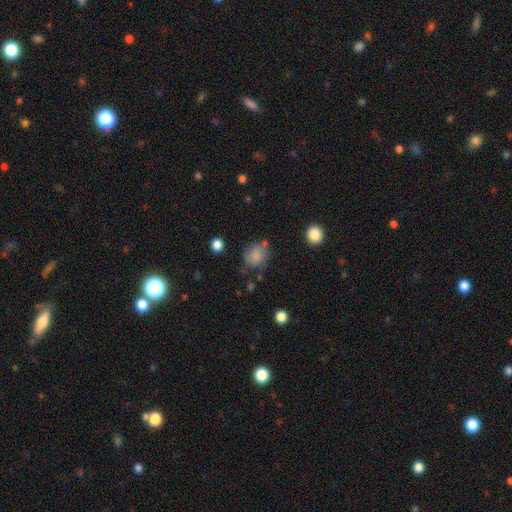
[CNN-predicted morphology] A smooth galaxy with no disk features (77%) that is round (73%). Merging: none (62%).